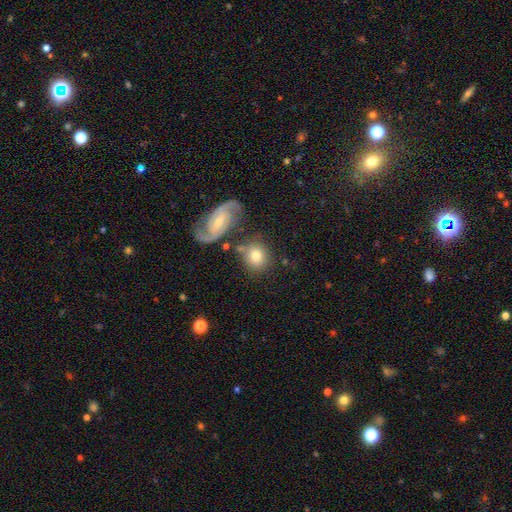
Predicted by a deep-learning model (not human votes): Smooth or featured: smooth — 65% (featured or disk — 27%)
How rounded: round — 74% (in between — 24%)
Merging: none — 66% (merger — 15%)